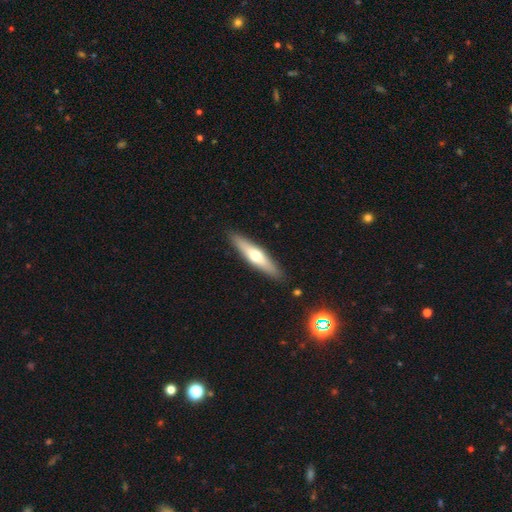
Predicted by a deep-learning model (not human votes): Smooth or featured? Predicted: smooth (p=0.50). Merging? Predicted: none (p=0.89).